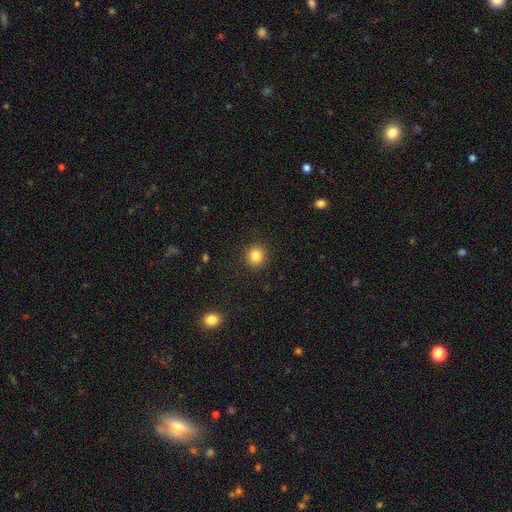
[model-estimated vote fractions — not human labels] Smooth or featured? smooth (84%)
How rounded? round (87%)
Merging? none (91%)